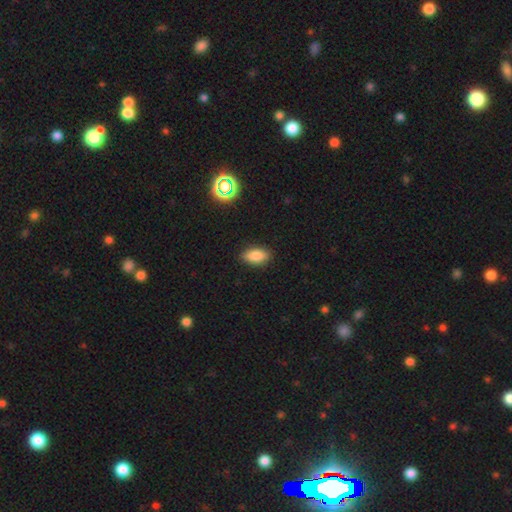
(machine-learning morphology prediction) Smooth or featured: smooth — 84% (star or artifact — 10%)
How rounded: in between — 89% (cigar-shaped — 6%)
Merging: none — 87% (minor disturbance — 9%)